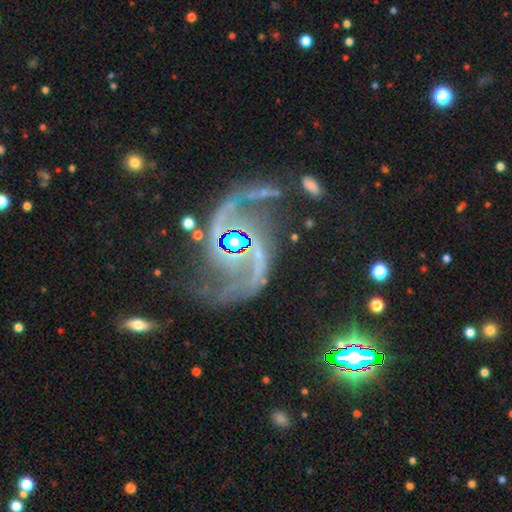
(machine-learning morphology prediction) The model was most divided on "bulge size": small: 40%, moderate: 37%, none: 14%, large: 8%, dominant: 2%. Remaining: spiral arms — yes (98%); edge-on disk — no (98%); spiral arm count — 2 (94%); smooth or featured — featured or disk (90%); merging — none (59%); spiral winding — loose (54%); bar — weak (44%).